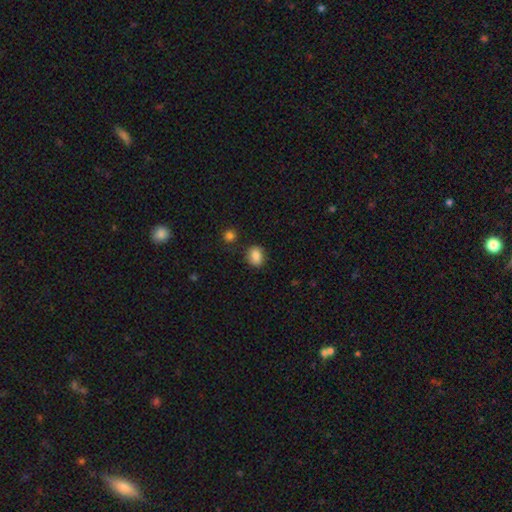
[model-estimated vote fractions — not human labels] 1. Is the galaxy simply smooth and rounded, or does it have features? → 86% smooth, 9% star or artifact, 5% featured or disk.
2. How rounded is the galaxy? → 58% in between, 41% round, 1% cigar-shaped.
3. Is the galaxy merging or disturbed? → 81% none, 12% minor disturbance, 4% merger, 3% major disturbance.